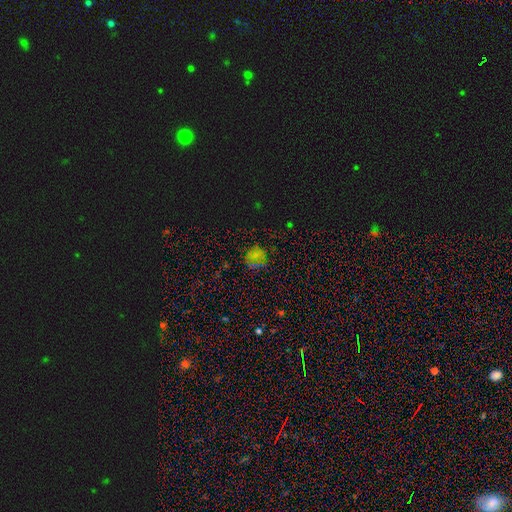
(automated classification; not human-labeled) A smooth galaxy with no disk features (54%) that is round (83%).

Vote fractions:
- Smooth or featured? smooth: 54% / star or artifact: 34% / featured or disk: 12%
- How rounded? round: 83% / in between: 16% / cigar-shaped: 1%
- Merging? none: 72% / minor disturbance: 18% / major disturbance: 8% / merger: 2%